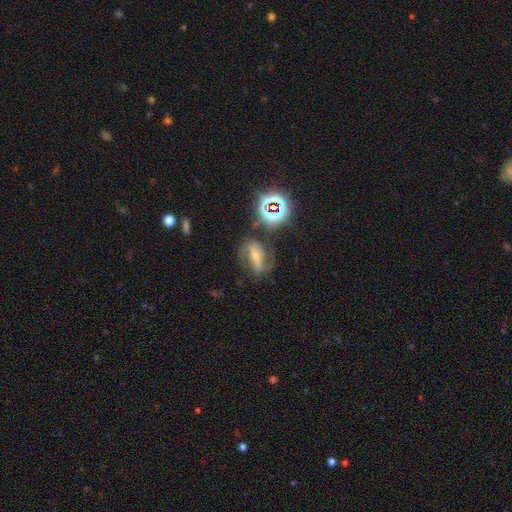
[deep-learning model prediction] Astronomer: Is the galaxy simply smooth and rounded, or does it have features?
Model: featured or disk — 60%.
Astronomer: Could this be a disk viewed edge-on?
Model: no — 90%.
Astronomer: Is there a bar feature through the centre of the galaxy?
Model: strong — 58%.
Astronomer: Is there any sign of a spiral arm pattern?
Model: yes — 83%.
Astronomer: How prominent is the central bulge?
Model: moderate — 48% (runner-up: small, 43%).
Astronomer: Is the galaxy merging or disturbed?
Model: none — 59%.